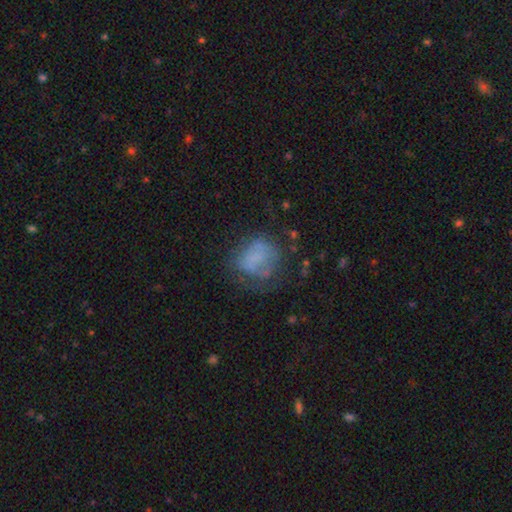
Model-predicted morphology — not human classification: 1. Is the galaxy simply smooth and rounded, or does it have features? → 55% smooth, 31% featured or disk, 14% star or artifact.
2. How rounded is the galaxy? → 62% round, 37% in between, 1% cigar-shaped.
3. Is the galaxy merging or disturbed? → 48% none, 26% major disturbance, 24% minor disturbance, 3% merger.